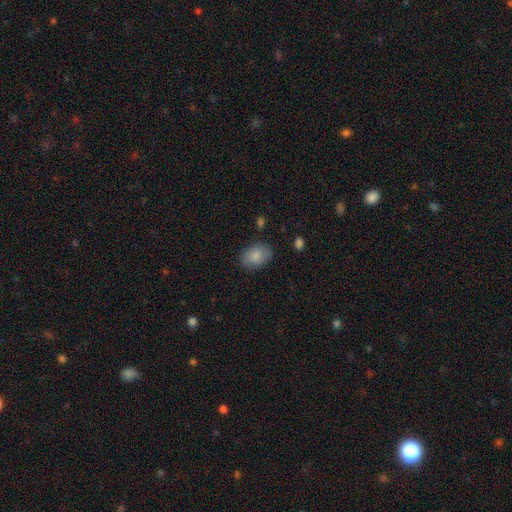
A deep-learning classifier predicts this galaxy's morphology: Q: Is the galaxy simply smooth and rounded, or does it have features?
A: smooth — 86%.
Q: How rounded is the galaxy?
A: in between — 81%.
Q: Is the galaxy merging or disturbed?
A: none — 83%.